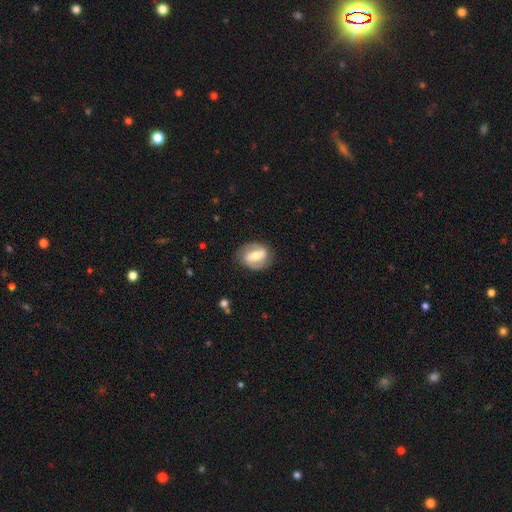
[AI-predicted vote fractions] A featured or disk galaxy (71%) with a strong bar (53%), 2 (87%) medium (43%) spiral arms (81%) and a moderate central bulge (62%).

Vote fractions:
- Smooth or featured? featured or disk: 71% / smooth: 24% / star or artifact: 6%
- Edge-on disk? no: 95% / yes: 5%
- Bar? strong: 53% / weak: 32% / no: 15%
- Spiral arms? yes: 81% / no: 19%
- Spiral winding? medium: 43% / tight: 31% / loose: 27%
- Spiral arm count? 2: 87% / can't tell: 7% / 1: 3% / 3: 1% / 4: 1% / more than 4: 1%
- Bulge size? moderate: 62% / small: 26% / large: 9% / none: 2% / dominant: 1%
- Merging? none: 83% / minor disturbance: 12% / major disturbance: 4% / merger: 1%